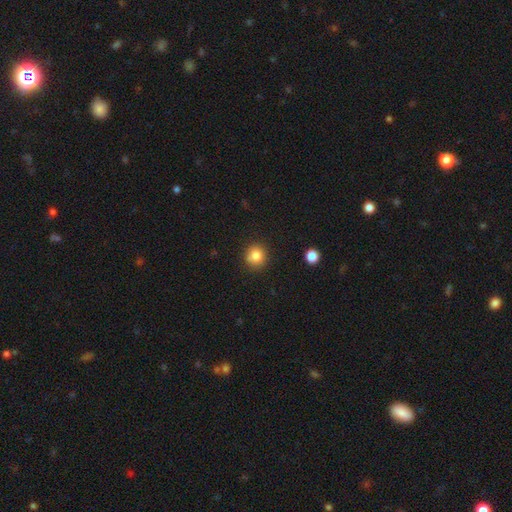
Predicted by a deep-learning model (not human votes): Morphology: type=smooth (83%); roundness=round (90%); merging=none (84%).